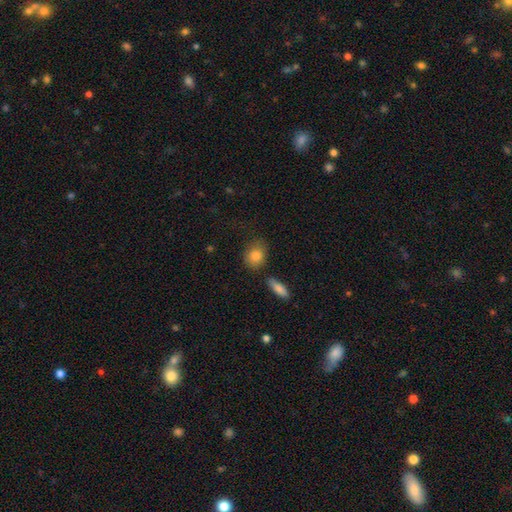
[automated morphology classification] smooth 84%, featured or disk 8%, star or artifact 7%. Down the decision tree: how rounded — round (51%); merging — none (68%).